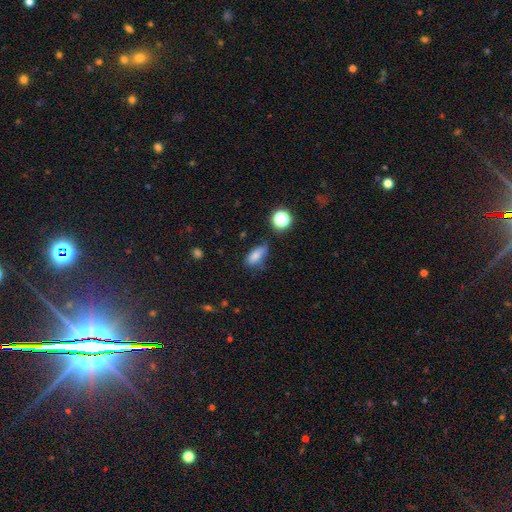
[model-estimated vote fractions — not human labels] Smooth or featured?
  - smooth: 79% *
  - star or artifact: 11%
  - featured or disk: 9%
How rounded?
  - in between: 80% *
  - cigar-shaped: 14%
  - round: 7%
Merging?
  - none: 58% *
  - minor disturbance: 29%
  - major disturbance: 8%
  - merger: 5%